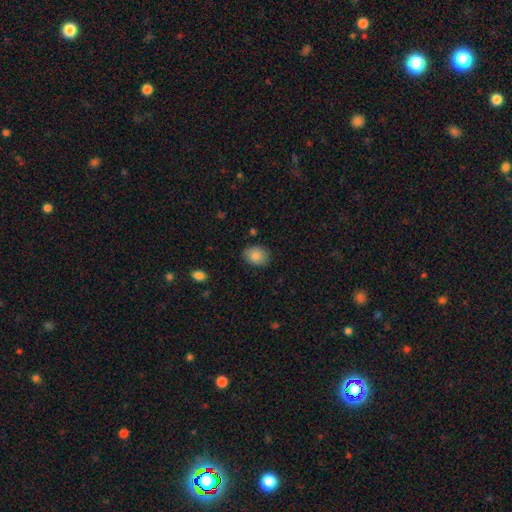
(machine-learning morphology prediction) Overall: smooth (86%). How rounded: in between (53%; round 46%). Merging: none (83%).